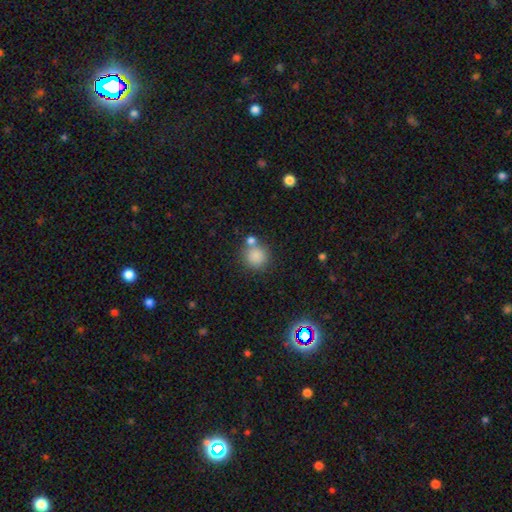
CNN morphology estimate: A smooth galaxy with no disk features (84%) that is round (91%).

Vote fractions:
- Smooth or featured? smooth: 84% / star or artifact: 10% / featured or disk: 6%
- How rounded? round: 91% / in between: 8% / cigar-shaped: 1%
- Merging? none: 65% / merger: 21% / minor disturbance: 10% / major disturbance: 4%